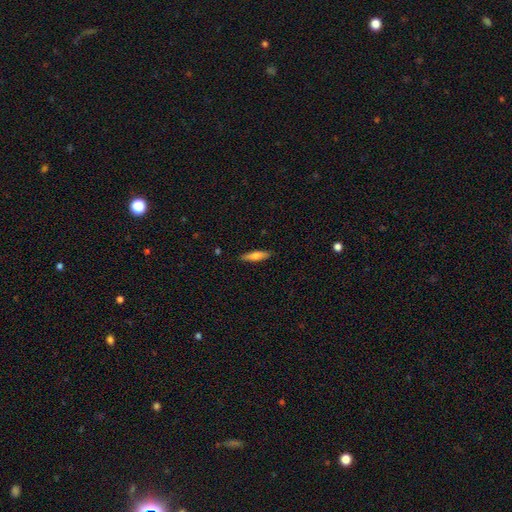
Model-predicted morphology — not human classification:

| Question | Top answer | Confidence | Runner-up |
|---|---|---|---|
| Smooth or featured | smooth | 69% | featured or disk (25%) |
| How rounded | cigar-shaped | 72% | in between (26%) |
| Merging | none | 88% | minor disturbance (9%) |